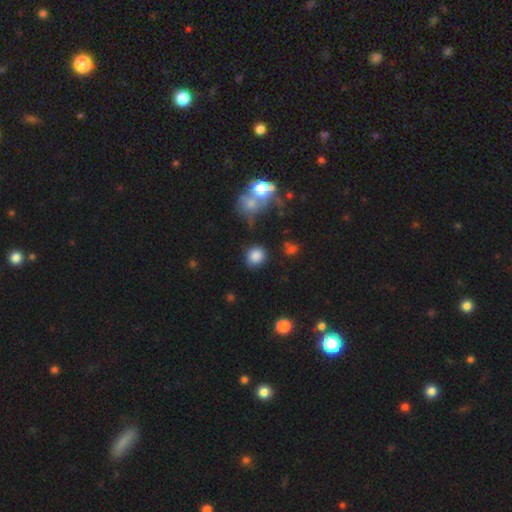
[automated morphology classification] Overall: smooth (83%). How rounded: round (82%). Merging: none (78%).